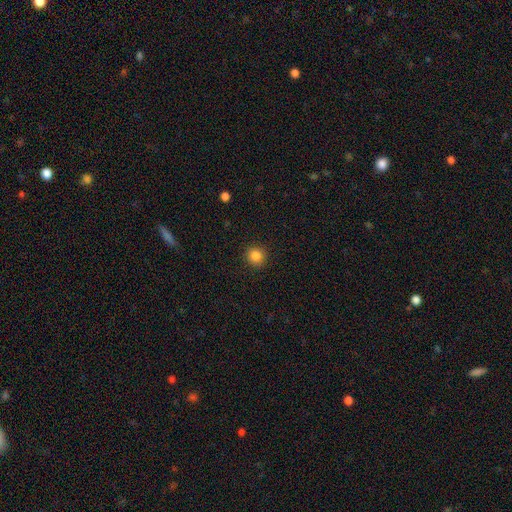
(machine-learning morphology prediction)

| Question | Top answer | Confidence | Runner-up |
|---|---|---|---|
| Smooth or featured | smooth | 84% | star or artifact (12%) |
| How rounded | round | 93% | in between (6%) |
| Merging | none | 92% | minor disturbance (5%) |